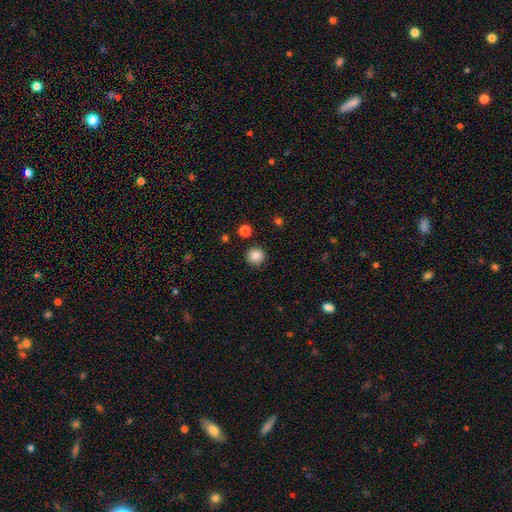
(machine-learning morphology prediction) type=smooth (86%); roundness=round (95%); merging=none (91%).